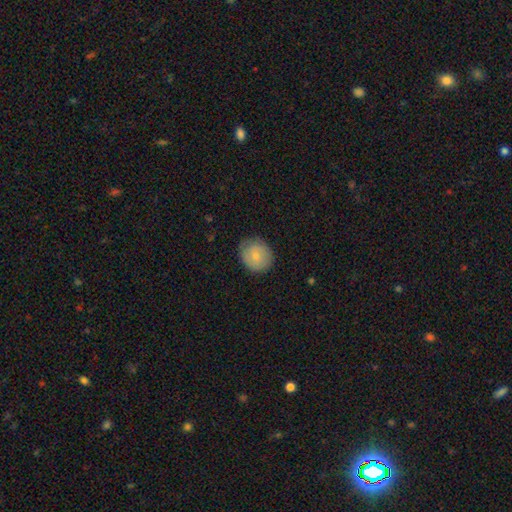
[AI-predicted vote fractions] Q: Smooth or featured?
A: smooth (75%); runner-up: featured or disk (18%)
Q: How rounded?
A: round (74%); runner-up: in between (25%)
Q: Merging?
A: none (78%); runner-up: minor disturbance (18%)